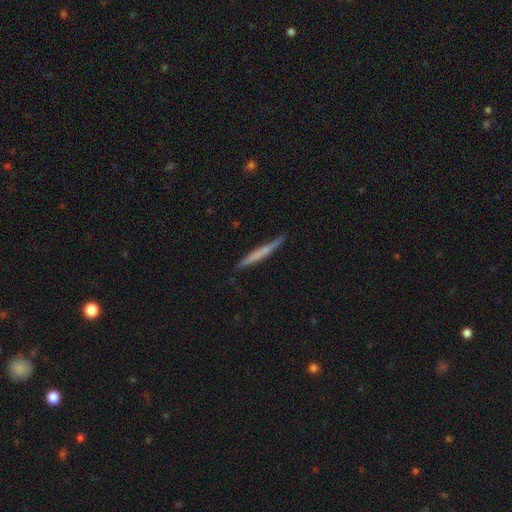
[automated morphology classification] A smooth galaxy with no disk features (51%) that is cigar-shaped (96%).

Vote fractions:
- Smooth or featured? smooth: 51% / featured or disk: 43% / star or artifact: 6%
- How rounded? cigar-shaped: 96% / in between: 2% / round: 1%
- Merging? none: 83% / minor disturbance: 13% / major disturbance: 2% / merger: 1%